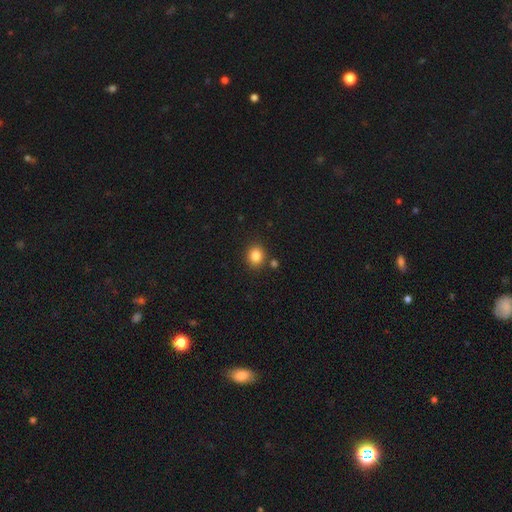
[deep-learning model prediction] The model was most divided on "how rounded": round: 74%, in between: 25%, cigar-shaped: 1%. More confident: smooth or featured — smooth (84%); merging — none (83%).